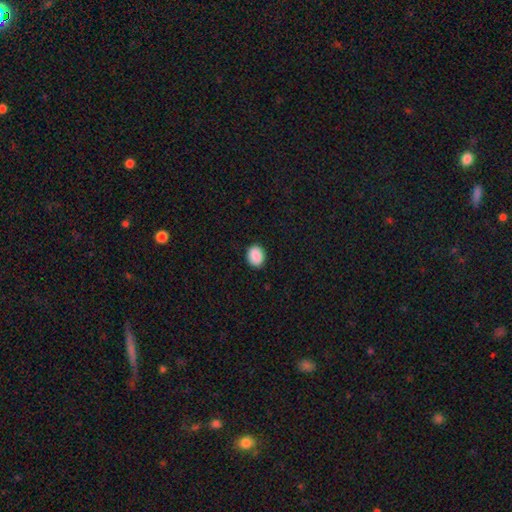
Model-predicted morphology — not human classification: Overall: smooth (89%). How rounded: round (51%; in between 48%). Merging: none (89%).